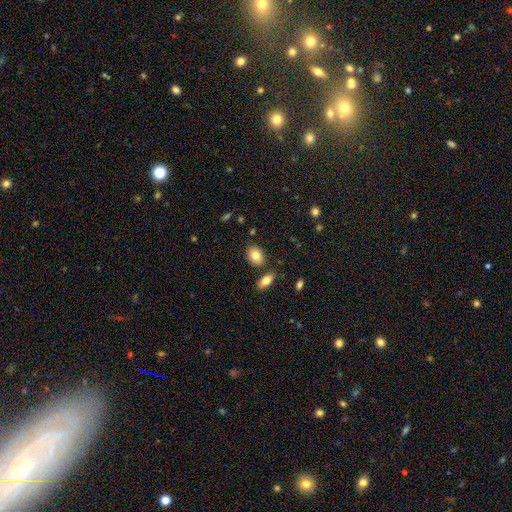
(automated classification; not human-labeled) Smooth or featured: smooth — 81% (featured or disk — 11%)
How rounded: in between — 75% (round — 23%)
Merging: none — 79% (minor disturbance — 11%)